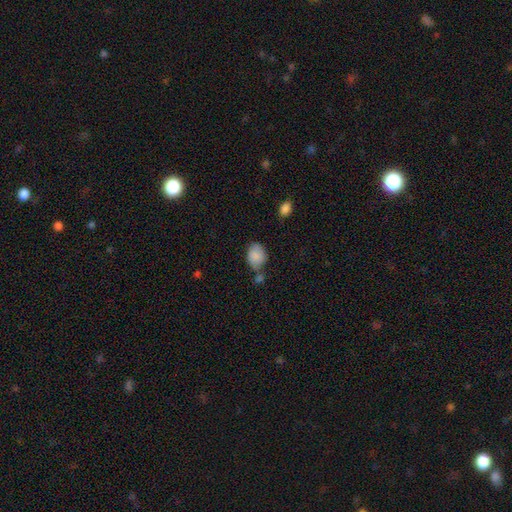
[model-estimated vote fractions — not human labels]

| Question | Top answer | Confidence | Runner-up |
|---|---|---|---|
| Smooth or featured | smooth | 85% | star or artifact (7%) |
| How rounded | in between | 64% | round (35%) |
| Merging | none | 56% | minor disturbance (24%) |